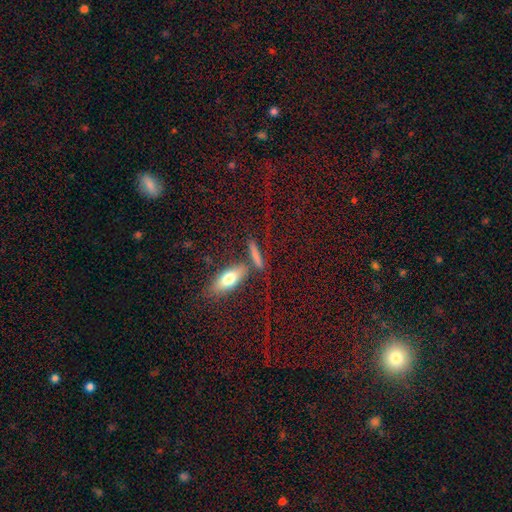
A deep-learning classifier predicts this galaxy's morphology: Smooth or featured? smooth (60%)
How rounded? cigar-shaped (64%)
Merging? none (69%)